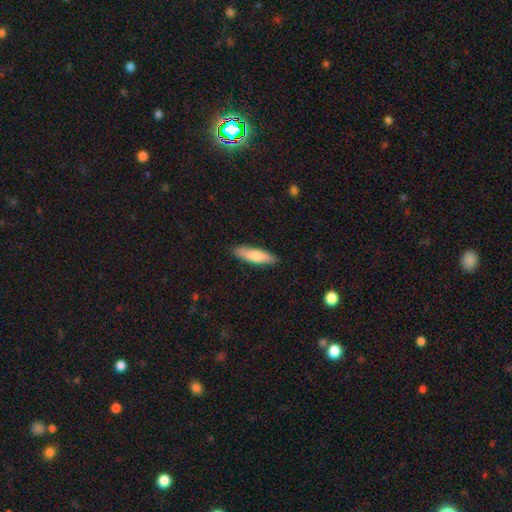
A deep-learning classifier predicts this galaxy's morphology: Q: Smooth or featured?
A: smooth (75%); runner-up: featured or disk (19%)
Q: How rounded?
A: cigar-shaped (65%); runner-up: in between (34%)
Q: Merging?
A: none (88%); runner-up: minor disturbance (9%)